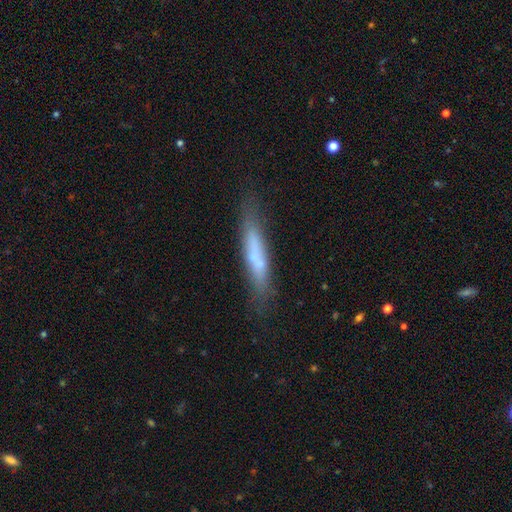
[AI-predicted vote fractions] Overall: smooth (53%; featured or disk 39%). How rounded: cigar-shaped (88%). Merging: none (72%).